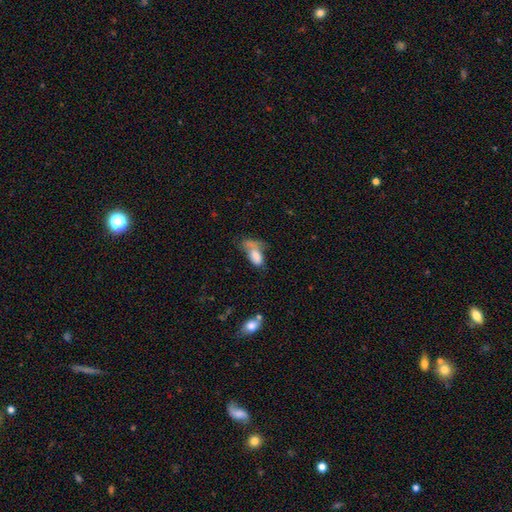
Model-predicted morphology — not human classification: Q: Smooth or featured?
A: smooth (73%); runner-up: featured or disk (17%)
Q: How rounded?
A: in between (89%); runner-up: cigar-shaped (6%)
Q: Merging?
A: major disturbance (32%); runner-up: minor disturbance (25%)